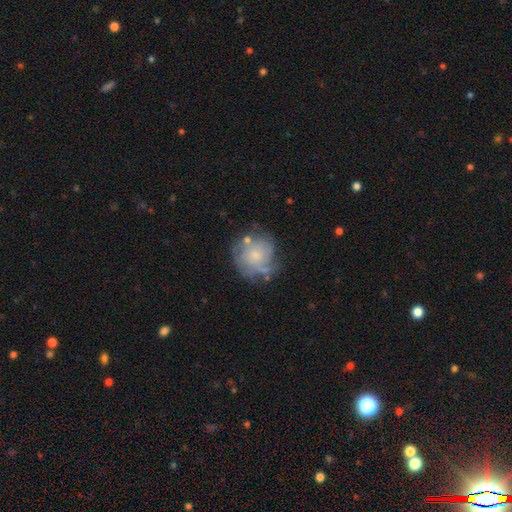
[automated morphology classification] smooth-or-featured: featured or disk: 51% | smooth: 41% | star or artifact: 8%
  disk-edge-on: no: 98% | yes: 2%
    bar: no: 83% | weak: 15% | strong: 2%
    has-spiral-arms: yes: 61% | no: 39%
    bulge-size: small: 51% | moderate: 33% | none: 11% | large: 4% | dominant: 2%
  merging: none: 53% | minor disturbance: 25% | major disturbance: 14% | merger: 7%